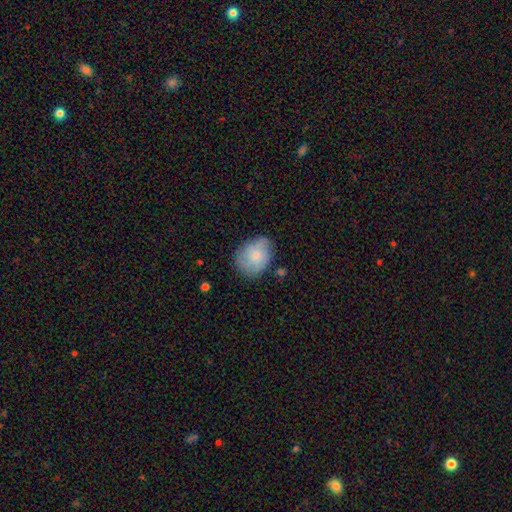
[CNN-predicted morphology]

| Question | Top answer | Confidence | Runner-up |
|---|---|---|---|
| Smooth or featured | smooth | 70% | featured or disk (23%) |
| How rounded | in between | 50% | round (49%) |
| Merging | none | 68% | minor disturbance (24%) |